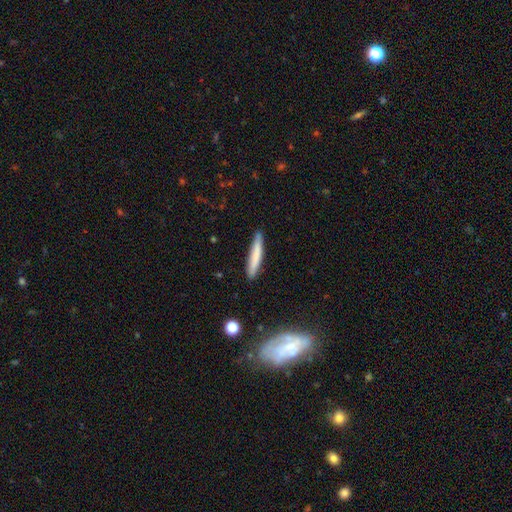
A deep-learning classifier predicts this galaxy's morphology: Smooth or featured?
  - smooth: 75% *
  - featured or disk: 19%
  - star or artifact: 6%
How rounded?
  - cigar-shaped: 94% *
  - in between: 5%
  - round: 1%
Merging?
  - none: 87% *
  - minor disturbance: 10%
  - major disturbance: 2%
  - merger: 1%